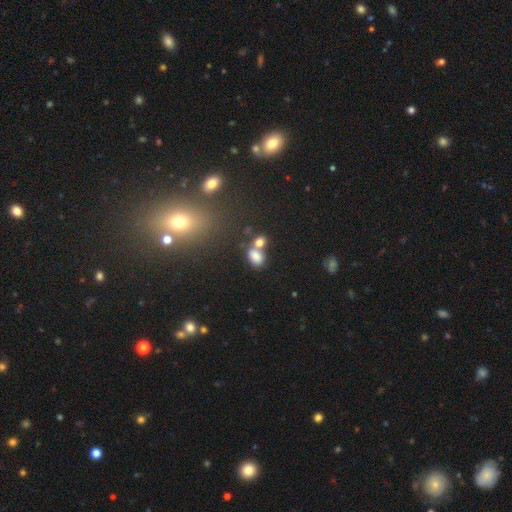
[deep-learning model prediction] smooth 79%, star or artifact 12%, featured or disk 9%. Down the decision tree: how rounded — in between (82%); merging — merger (48%).